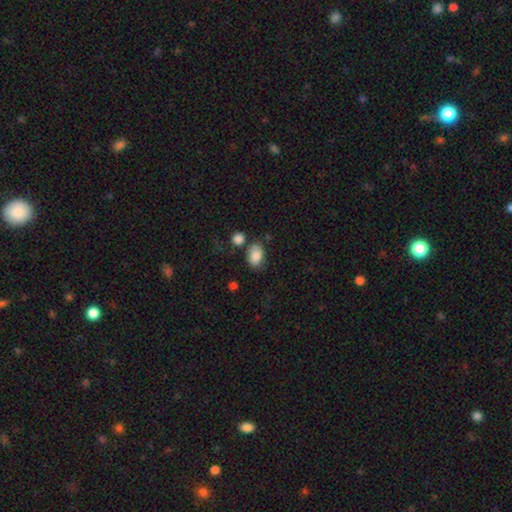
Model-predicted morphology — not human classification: Smooth or featured?
  - smooth: 84% *
  - featured or disk: 8%
  - star or artifact: 8%
How rounded?
  - in between: 85% *
  - round: 13%
  - cigar-shaped: 1%
Merging?
  - none: 63% *
  - minor disturbance: 20%
  - merger: 11%
  - major disturbance: 6%